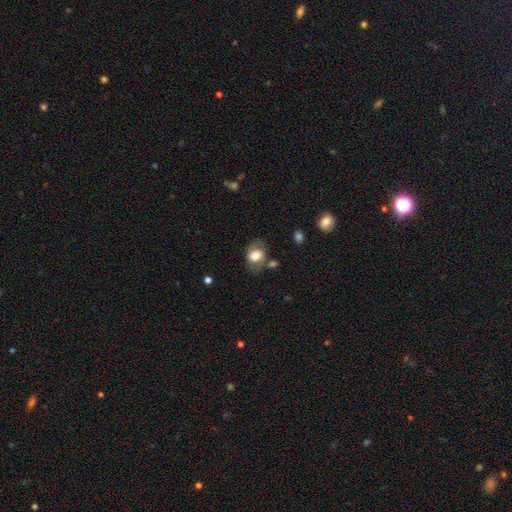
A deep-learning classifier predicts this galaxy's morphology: Smooth or featured? smooth (60%)
How rounded? in between (68%)
Merging? none (64%)